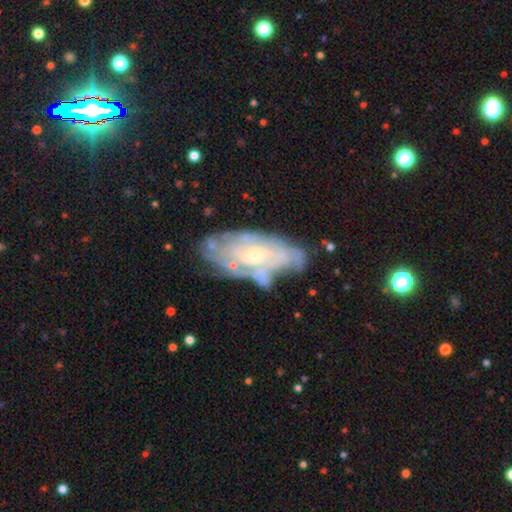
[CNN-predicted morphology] Smooth or featured?
  - featured or disk: 76% *
  - smooth: 17%
  - star or artifact: 7%
Edge-on disk?
  - no: 91% *
  - yes: 9%
Bar?
  - no: 72% *
  - weak: 23%
  - strong: 5%
Spiral arms?
  - yes: 74% *
  - no: 26%
Spiral winding?
  - tight: 62% *
  - medium: 28%
  - loose: 10%
Spiral arm count?
  - can't tell: 63% *
  - 2: 11%
  - 4: 9%
  - 3: 8%
  - more than 4: 5%
  - 1: 4%
Bulge size?
  - small: 65% *
  - moderate: 30%
  - none: 3%
  - large: 2%
  - dominant: 1%
Merging?
  - none: 56% *
  - minor disturbance: 25%
  - major disturbance: 12%
  - merger: 7%